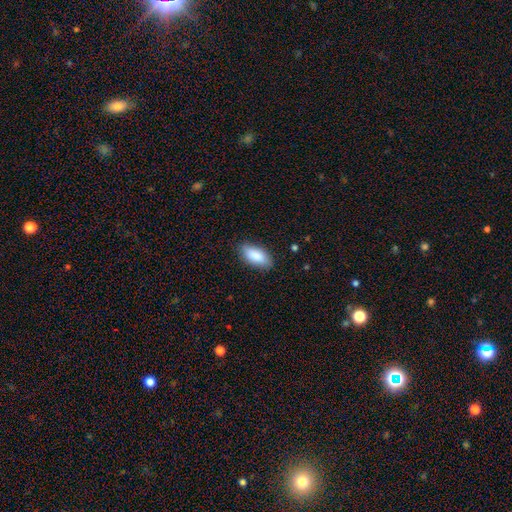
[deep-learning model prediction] Q: Smooth or featured?
A: smooth (87%); runner-up: featured or disk (7%)
Q: How rounded?
A: in between (87%); runner-up: cigar-shaped (11%)
Q: Merging?
A: none (84%); runner-up: minor disturbance (12%)